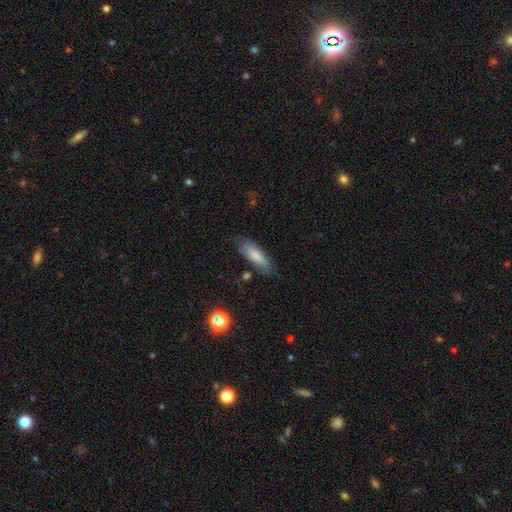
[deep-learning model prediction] Q: Smooth or featured?
A: smooth (80%); runner-up: featured or disk (13%)
Q: How rounded?
A: in between (57%); runner-up: cigar-shaped (41%)
Q: Merging?
A: none (75%); runner-up: minor disturbance (19%)